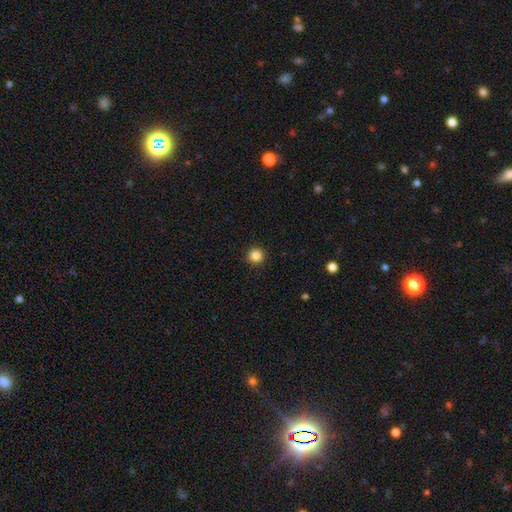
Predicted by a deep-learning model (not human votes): A smooth galaxy with no disk features (85%) that is round (95%).

Vote fractions:
- Smooth or featured? smooth: 85% / star or artifact: 11% / featured or disk: 4%
- How rounded? round: 95% / in between: 4% / cigar-shaped: 1%
- Merging? none: 93% / minor disturbance: 4% / major disturbance: 2% / merger: 1%